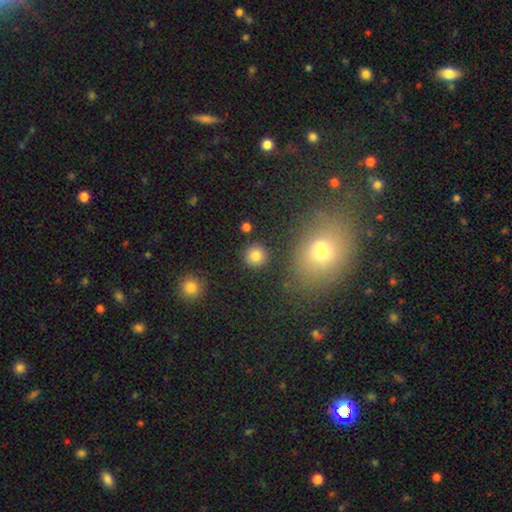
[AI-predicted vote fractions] smooth_or_featured: smooth (p=0.83) [alt: star or artifact p=0.12]
how_rounded: round (p=0.93) [alt: in between p=0.06]
merging: none (p=0.88) [alt: minor disturbance p=0.06]